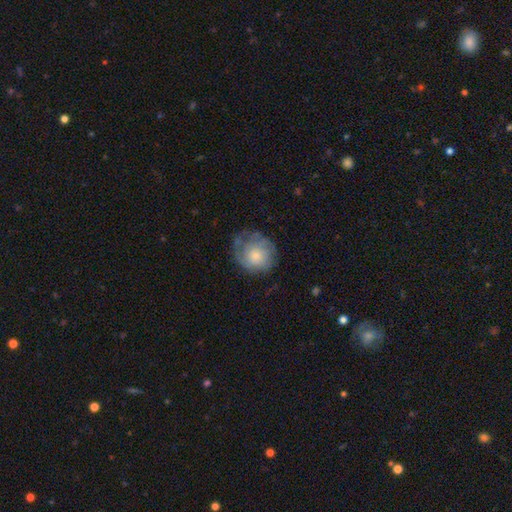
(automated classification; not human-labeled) Smooth or featured? Predicted: smooth (p=0.51). How rounded? Predicted: round (p=0.81). Merging? Predicted: none (p=0.57).